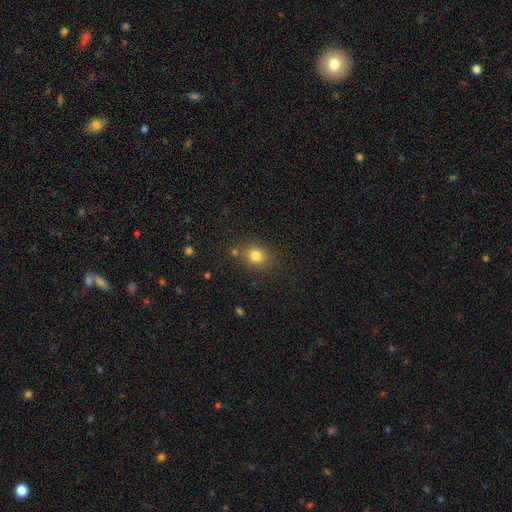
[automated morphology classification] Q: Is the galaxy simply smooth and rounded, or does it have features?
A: smooth — 81%.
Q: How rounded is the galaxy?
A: round — 68%.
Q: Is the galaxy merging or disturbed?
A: none — 76%.